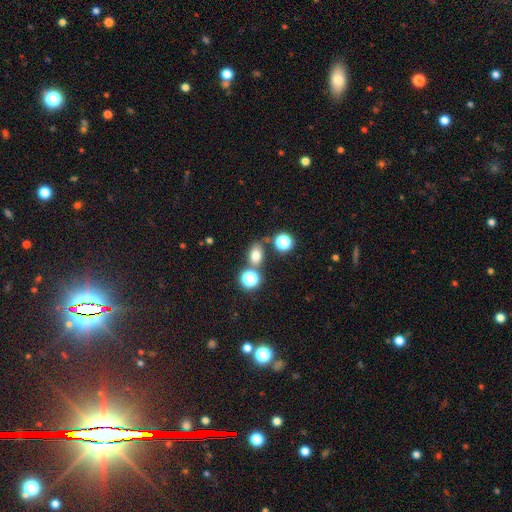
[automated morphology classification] smooth 71%, star or artifact 19%, featured or disk 10%. Down the decision tree: how rounded — in between (61%); merging — none (68%).